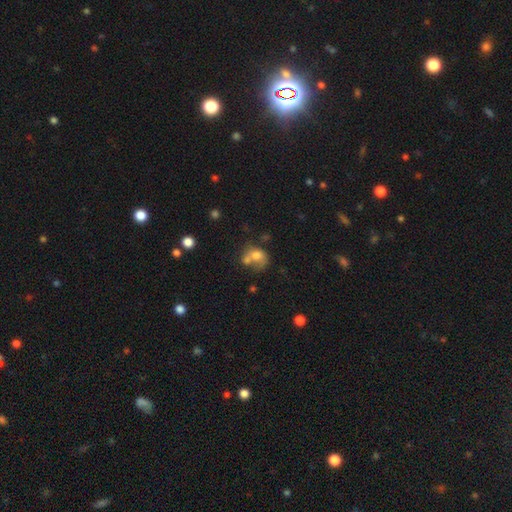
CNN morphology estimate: smooth 67%, featured or disk 21%, star or artifact 11%. Down the decision tree: how rounded — in between (51%); merging — merger (49%).